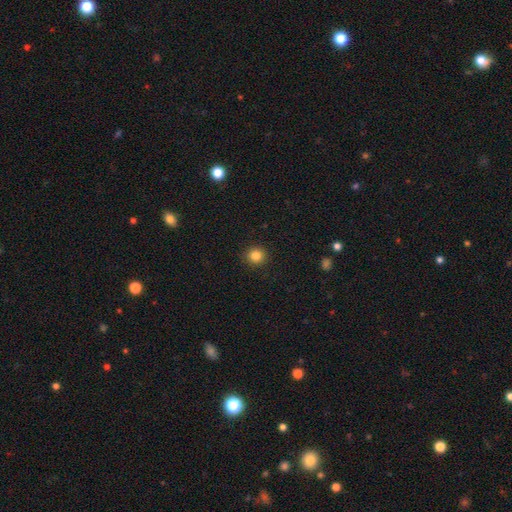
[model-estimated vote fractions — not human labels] A smooth galaxy with no disk features (84%) that is round (93%). Merging: none (92%).